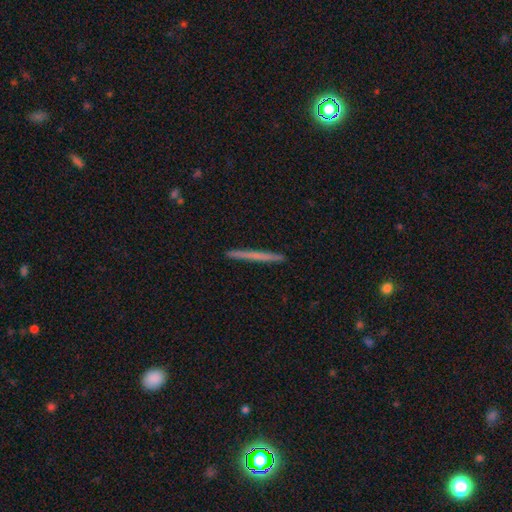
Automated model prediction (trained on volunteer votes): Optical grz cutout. It shows a smooth galaxy with no disk features (55%) that is cigar-shaped (97%). Merging: none (93%).